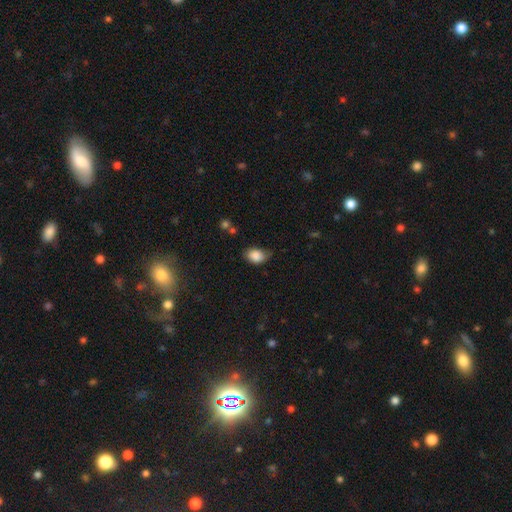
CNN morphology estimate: This is clearly a smooth galaxy (85%). How rounded: clearly in between (81%). Merging: possibly none (54%).